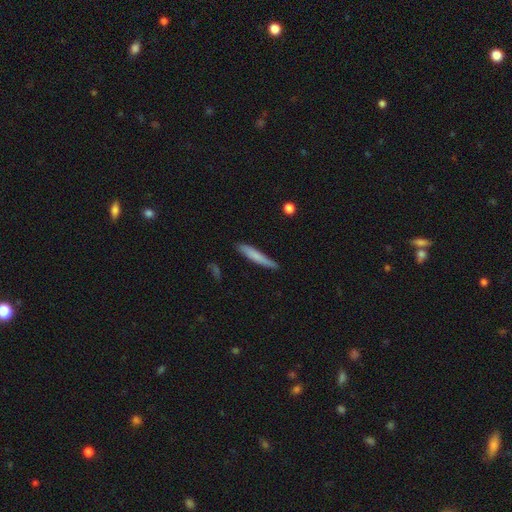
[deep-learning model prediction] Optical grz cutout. It shows a smooth galaxy with no disk features (73%) that is cigar-shaped (94%). Merging: none (81%).